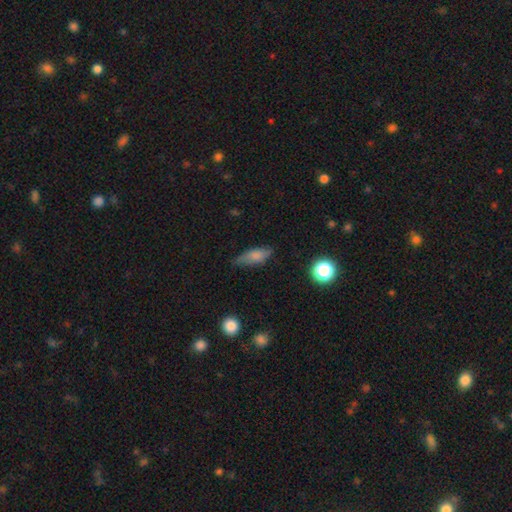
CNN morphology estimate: Smooth or featured?
  - smooth: 74% *
  - featured or disk: 16%
  - star or artifact: 9%
How rounded?
  - in between: 66% *
  - cigar-shaped: 31%
  - round: 4%
Merging?
  - none: 66% *
  - minor disturbance: 27%
  - major disturbance: 6%
  - merger: 2%